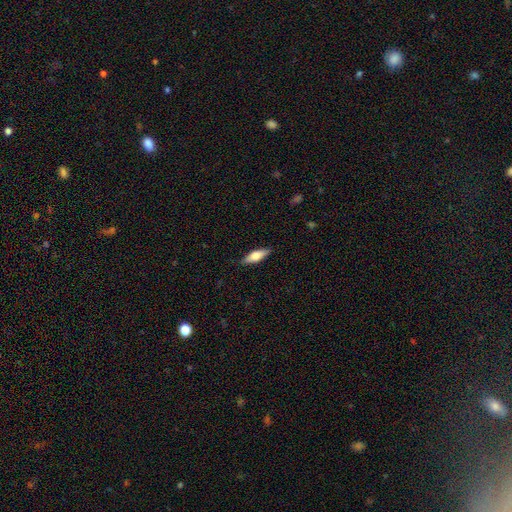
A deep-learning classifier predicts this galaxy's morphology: This is possibly a smooth galaxy (53%). How rounded: possibly in between (50%). Merging: clearly none (88%).